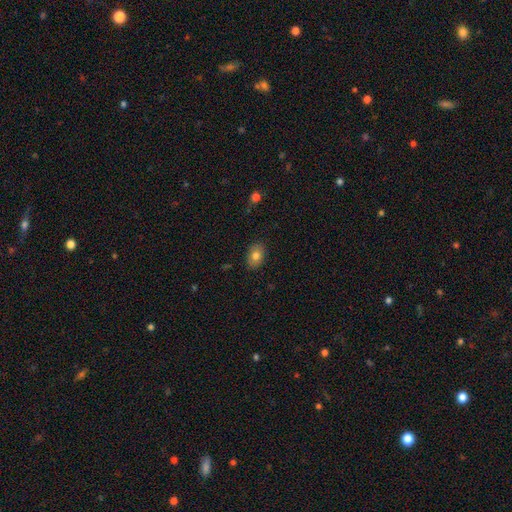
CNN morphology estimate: Overall: smooth (79%). How rounded: in between (83%). Merging: none (87%).